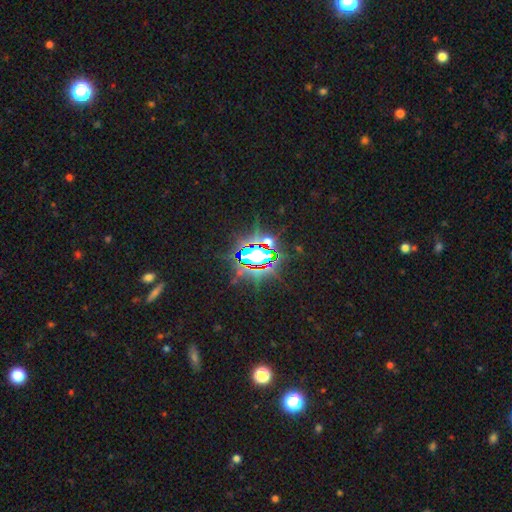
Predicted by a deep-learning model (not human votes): A star or artifact, not a galaxy (79%).